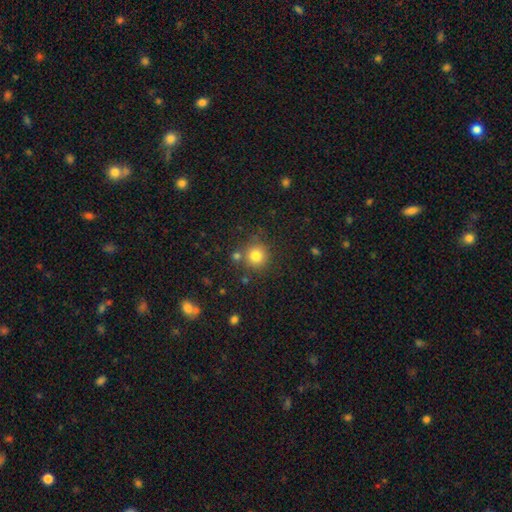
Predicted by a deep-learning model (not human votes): Smooth or featured? Predicted: smooth (p=0.80). How rounded? Predicted: round (p=0.93). Merging? Predicted: none (p=0.79).